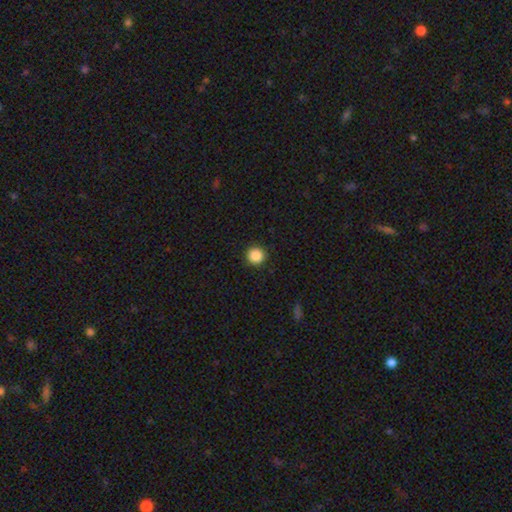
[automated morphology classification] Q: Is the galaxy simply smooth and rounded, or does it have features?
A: smooth — 87%.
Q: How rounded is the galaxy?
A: round — 95%.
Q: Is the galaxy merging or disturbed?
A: none — 92%.